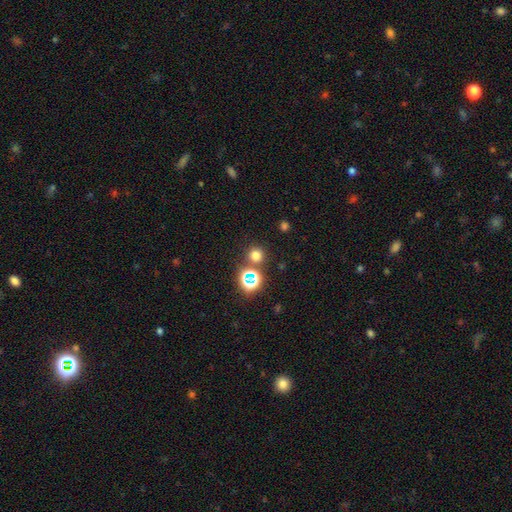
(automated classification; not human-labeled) Smooth or featured?
  - smooth: 68% *
  - star or artifact: 26%
  - featured or disk: 6%
How rounded?
  - round: 92% *
  - in between: 7%
  - cigar-shaped: 1%
Merging?
  - none: 82% *
  - merger: 8%
  - minor disturbance: 7%
  - major disturbance: 3%